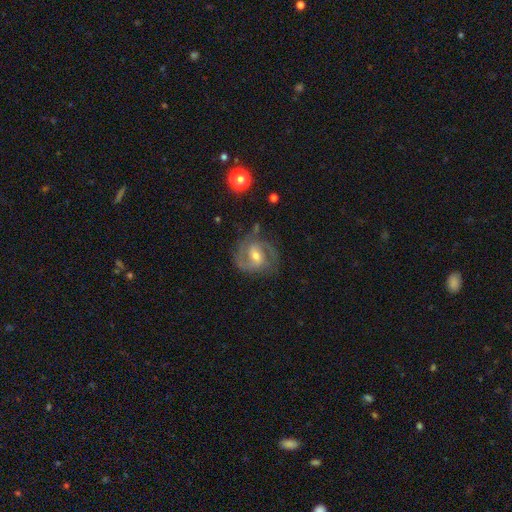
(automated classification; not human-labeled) A featured or disk galaxy (86%) with a weak bar (54%), 2 (82%) medium (55%) spiral arms (96%) and a moderate central bulge (59%).

Vote fractions:
- Smooth or featured? featured or disk: 86% / smooth: 9% / star or artifact: 5%
- Edge-on disk? no: 98% / yes: 2%
- Bar? weak: 54% / strong: 24% / no: 22%
- Spiral arms? yes: 96% / no: 4%
- Spiral winding? medium: 55% / tight: 31% / loose: 14%
- Spiral arm count? 2: 82% / 3: 7% / can't tell: 6% / 1: 2% / 4: 1% / more than 4: 1%
- Bulge size? moderate: 59% / small: 36% / large: 3% / none: 1% / dominant: 1%
- Merging? none: 73% / minor disturbance: 17% / major disturbance: 7% / merger: 2%